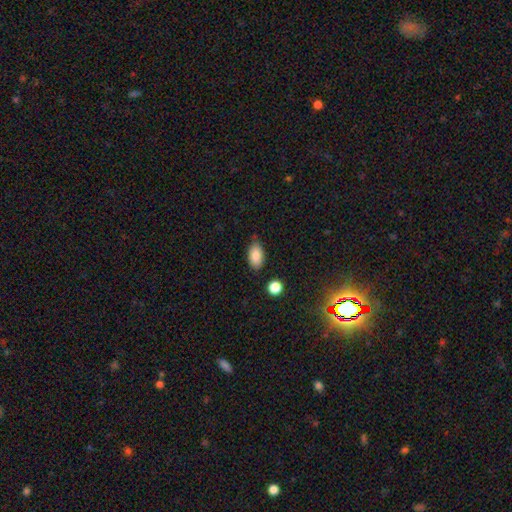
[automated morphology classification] This is clearly a smooth galaxy (85%). How rounded: clearly in between (92%). Merging: clearly none (80%).